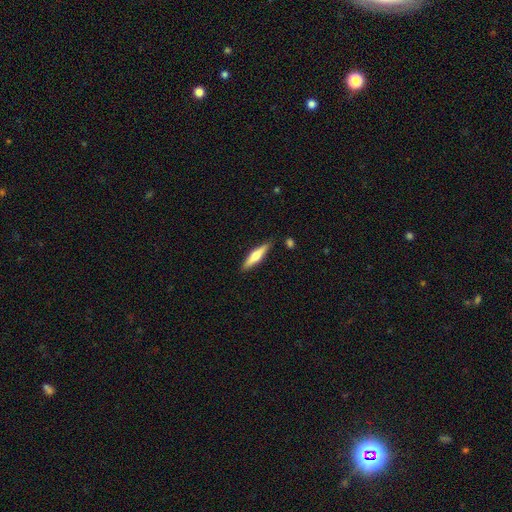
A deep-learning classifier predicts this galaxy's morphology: type=smooth (48%); merging=none (86%).